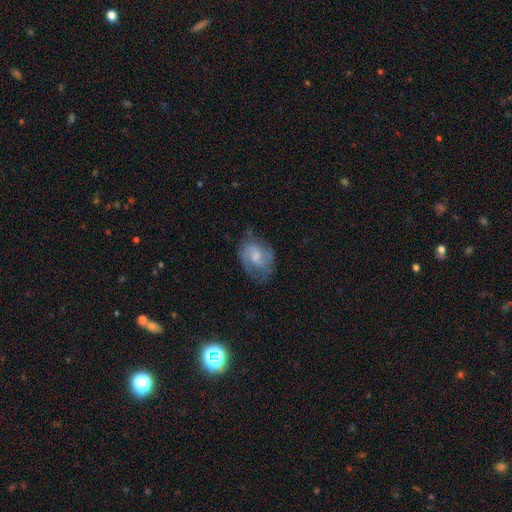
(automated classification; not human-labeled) This is possibly a featured or disk galaxy (57%). It is clearly not viewed edge-on (97%). Bar: possibly weak (48%). Spiral arm pattern: likely yes (80%). Central bulge: marginally moderate (39%). Merging: possibly none (55%).